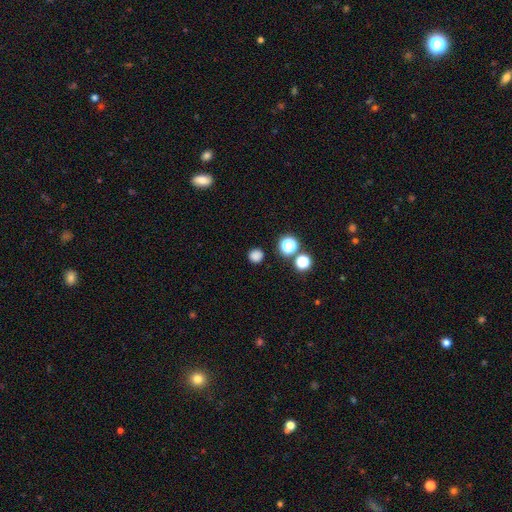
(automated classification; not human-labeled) Smooth or featured? smooth (80%)
How rounded? round (93%)
Merging? none (88%)